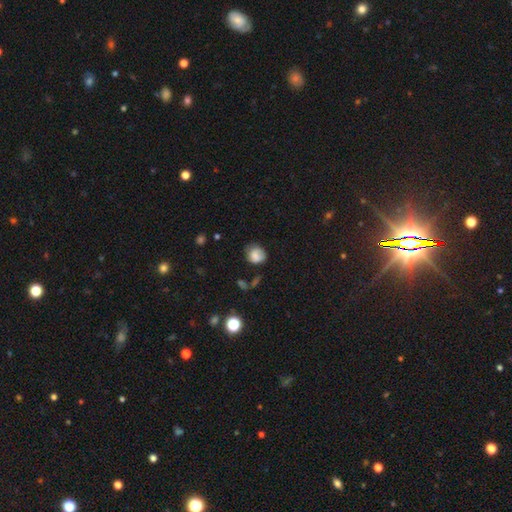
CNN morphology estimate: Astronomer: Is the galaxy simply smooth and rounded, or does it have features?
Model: smooth — 76%.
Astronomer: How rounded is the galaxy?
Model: round — 67%.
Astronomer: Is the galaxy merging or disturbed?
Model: none — 54% (runner-up: minor disturbance, 30%).